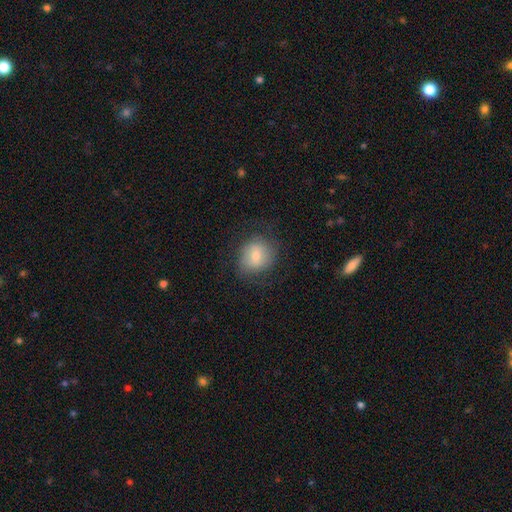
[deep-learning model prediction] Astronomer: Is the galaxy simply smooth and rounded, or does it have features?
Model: smooth — 69%.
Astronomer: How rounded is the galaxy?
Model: round — 70%.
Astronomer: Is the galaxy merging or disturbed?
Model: none — 72%.